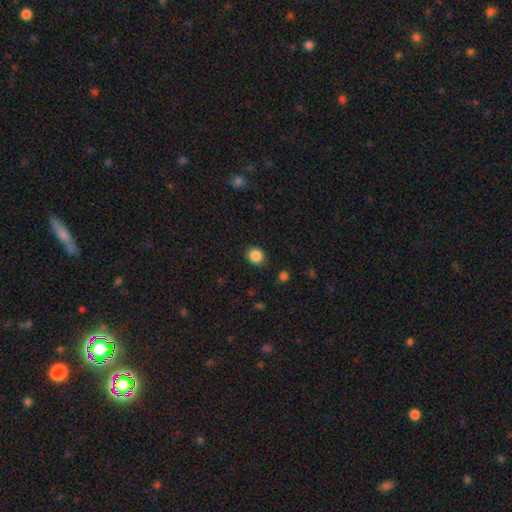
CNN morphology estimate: A smooth galaxy with no disk features (87%) that is round (75%).

Vote fractions:
- Smooth or featured? smooth: 87% / star or artifact: 10% / featured or disk: 3%
- How rounded? round: 75% / in between: 24% / cigar-shaped: 1%
- Merging? none: 88% / minor disturbance: 8% / major disturbance: 3% / merger: 1%